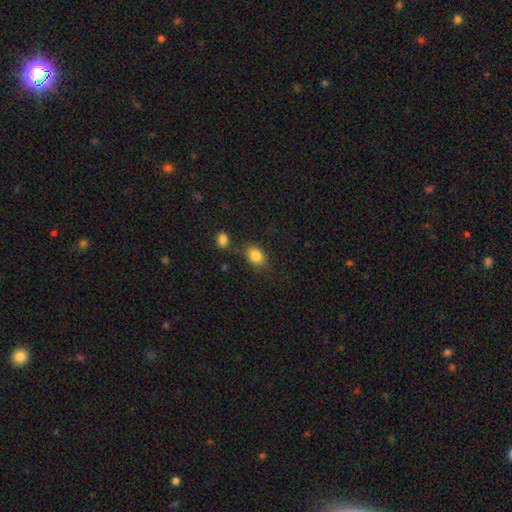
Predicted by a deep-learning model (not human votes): Smooth or featured? Predicted: smooth (p=0.84). How rounded? Predicted: in between (p=0.62). Merging? Predicted: none (p=0.72).